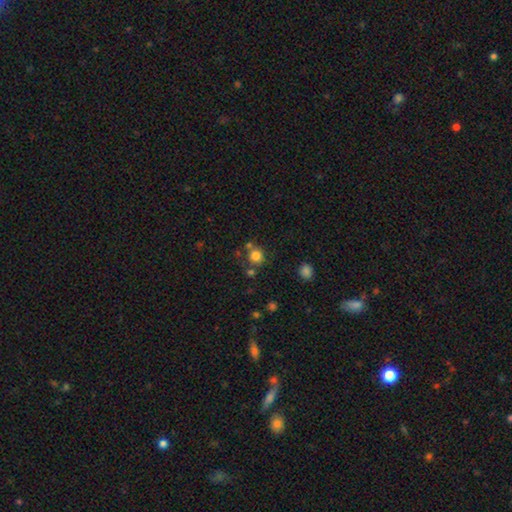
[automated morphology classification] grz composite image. It shows a smooth galaxy with no disk features (79%) that is round (89%). Merging: none (69%).